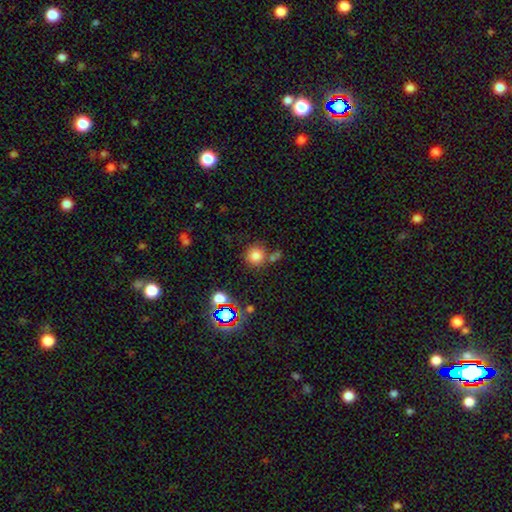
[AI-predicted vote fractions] Smooth or featured?
  - smooth: 80% *
  - star or artifact: 14%
  - featured or disk: 6%
How rounded?
  - round: 92% *
  - in between: 7%
  - cigar-shaped: 1%
Merging?
  - none: 70% *
  - merger: 14%
  - minor disturbance: 12%
  - major disturbance: 4%